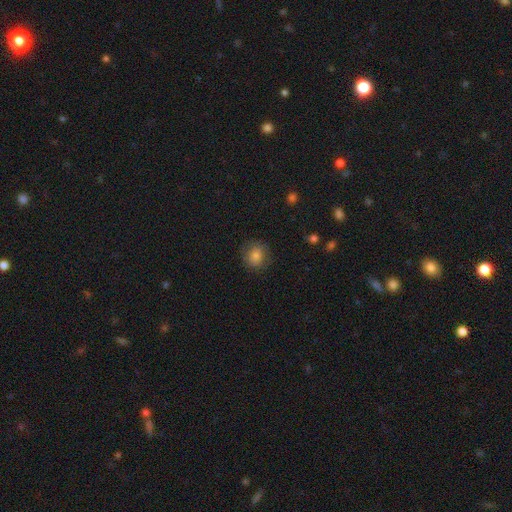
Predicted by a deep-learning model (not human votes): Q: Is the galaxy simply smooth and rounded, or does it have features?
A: smooth — 80%.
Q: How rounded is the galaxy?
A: round — 83%.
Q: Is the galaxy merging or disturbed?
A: none — 81%.